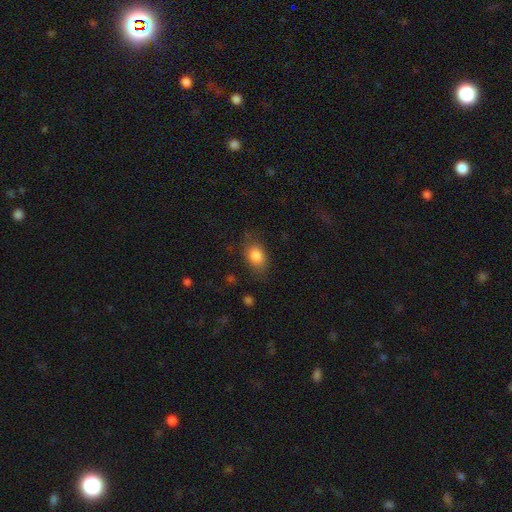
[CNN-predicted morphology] Smooth or featured? smooth (84%)
How rounded? in between (78%)
Merging? none (72%)